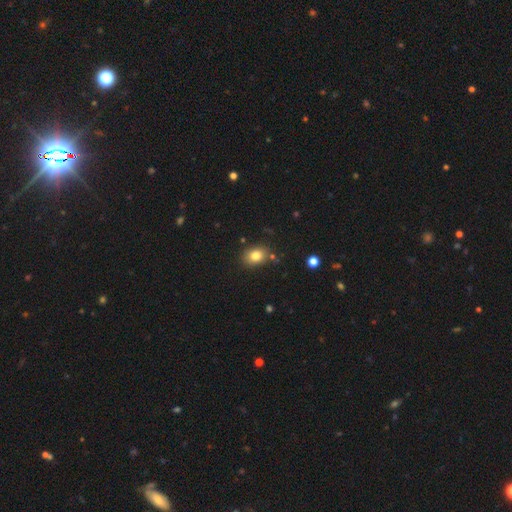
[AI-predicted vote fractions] Smooth or featured: smooth — 82% (star or artifact — 11%)
How rounded: in between — 61% (round — 38%)
Merging: none — 79% (minor disturbance — 13%)